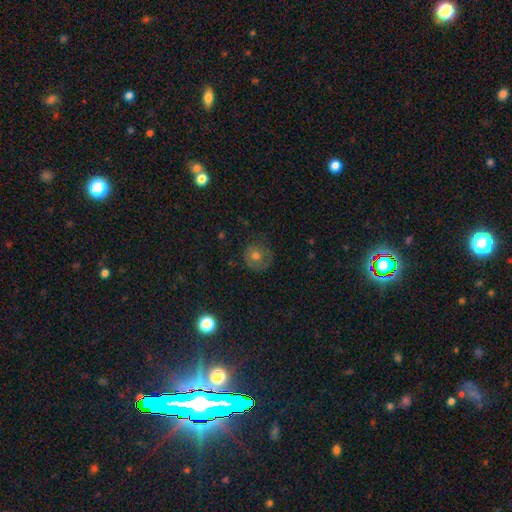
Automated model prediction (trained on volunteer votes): Smooth or featured? smooth (54%)
How rounded? round (87%)
Merging? none (70%)